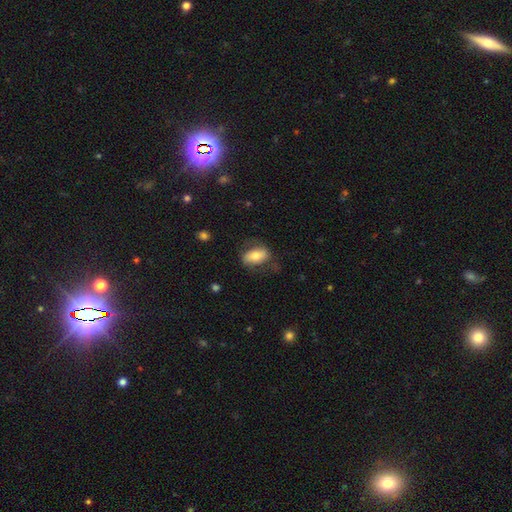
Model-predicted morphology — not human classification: Smooth or featured? smooth (64%)
How rounded? in between (88%)
Merging? none (64%)